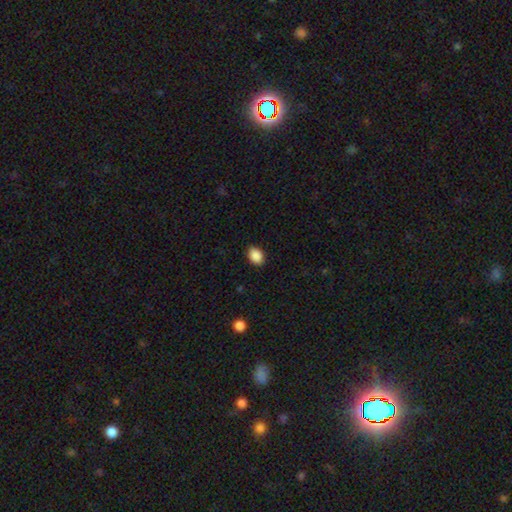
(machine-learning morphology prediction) Smooth or featured? Predicted: smooth (p=0.89). How rounded? Predicted: in between (p=0.77). Merging? Predicted: none (p=0.89).